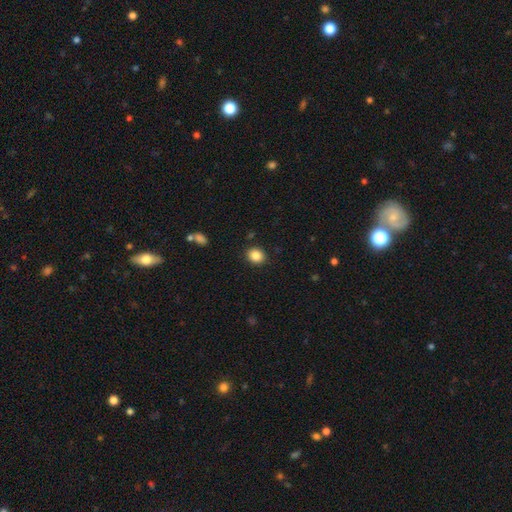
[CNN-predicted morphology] Overall: smooth (86%). How rounded: round (64%; in between 35%). Merging: none (89%).